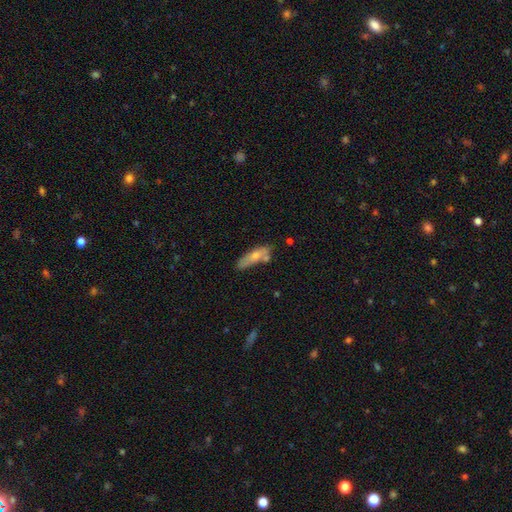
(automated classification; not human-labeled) A smooth galaxy with no disk features (53%) that is cigar-shaped (61%).

Vote fractions:
- Smooth or featured? smooth: 53% / featured or disk: 39% / star or artifact: 8%
- How rounded? cigar-shaped: 61% / in between: 36% / round: 3%
- Merging? none: 65% / minor disturbance: 19% / merger: 11% / major disturbance: 5%